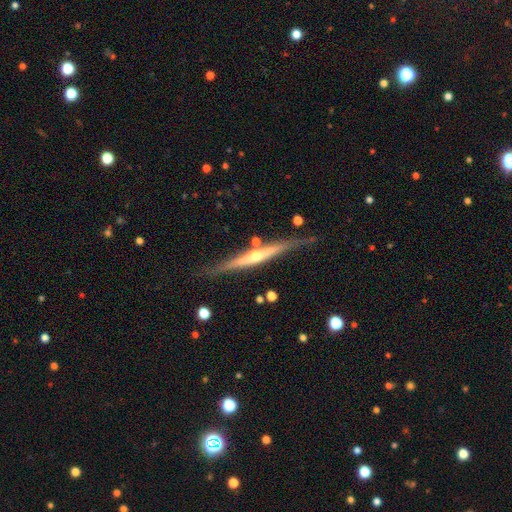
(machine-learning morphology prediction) featured or disk 77%, smooth 17%, star or artifact 5%. Down the decision tree: edge-on disk — yes (97%); edge-on bulge — rounded (81%); merging — none (79%).